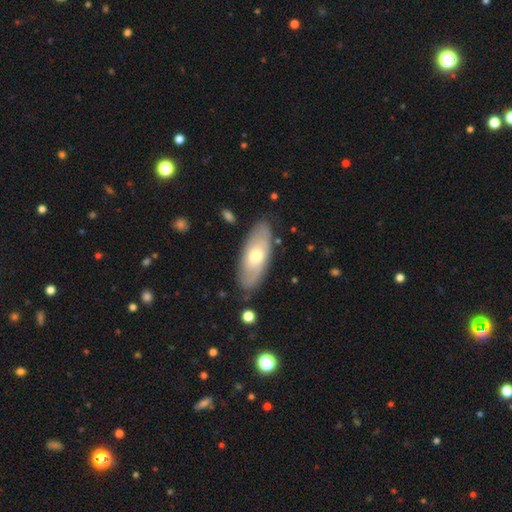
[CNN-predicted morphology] A smooth galaxy with no disk features (48%).

Vote fractions:
- Smooth or featured? smooth: 48% / featured or disk: 46% / star or artifact: 6%
- Merging? none: 82% / minor disturbance: 13% / major disturbance: 3% / merger: 2%